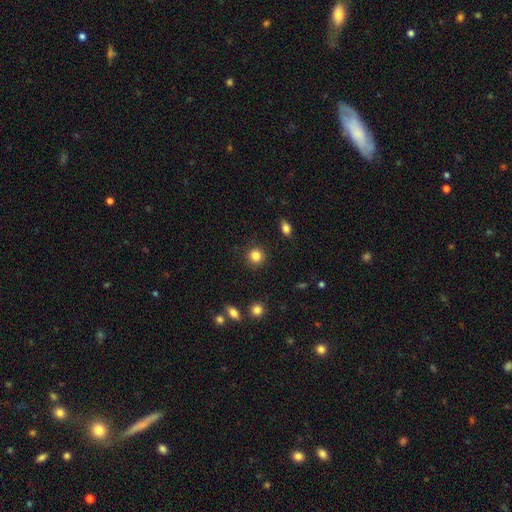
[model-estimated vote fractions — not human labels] Morphology: type=smooth (85%); roundness=round (92%); merging=none (90%).